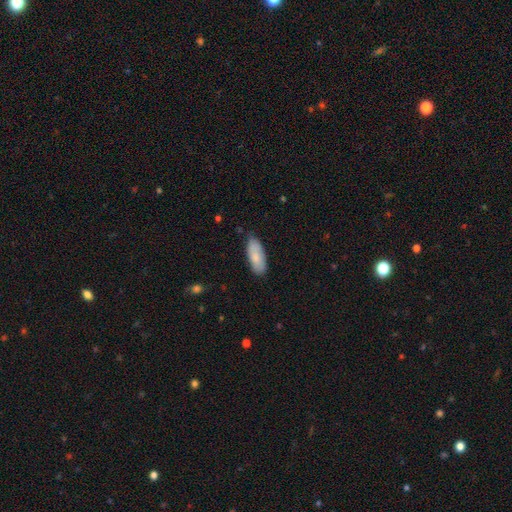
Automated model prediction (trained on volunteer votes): Smooth or featured? Predicted: smooth (p=0.80). How rounded? Predicted: in between (p=0.82). Merging? Predicted: none (p=0.79).